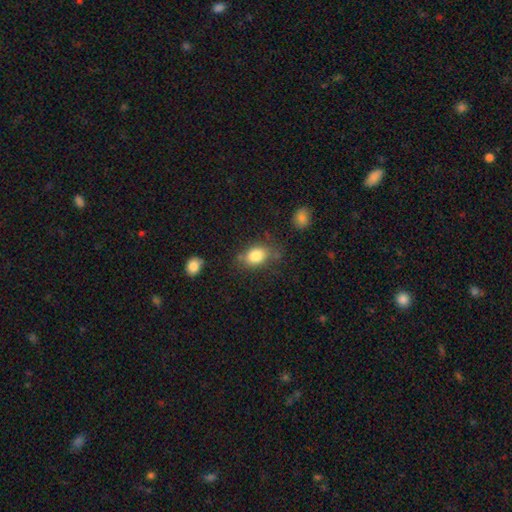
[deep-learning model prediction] Smooth or featured?
  - smooth: 83% *
  - star or artifact: 9%
  - featured or disk: 9%
How rounded?
  - in between: 73% *
  - round: 25%
  - cigar-shaped: 1%
Merging?
  - none: 69% *
  - minor disturbance: 20%
  - major disturbance: 6%
  - merger: 5%